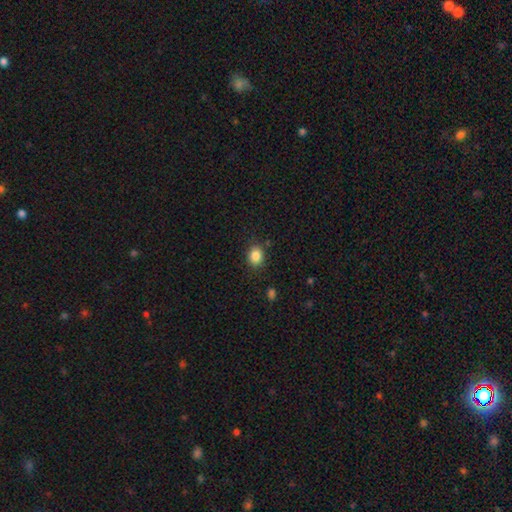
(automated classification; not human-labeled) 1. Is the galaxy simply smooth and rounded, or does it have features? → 85% smooth, 10% star or artifact, 5% featured or disk.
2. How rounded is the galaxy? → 50% in between, 49% round, 1% cigar-shaped.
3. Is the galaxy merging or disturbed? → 82% none, 12% minor disturbance, 3% major disturbance, 2% merger.